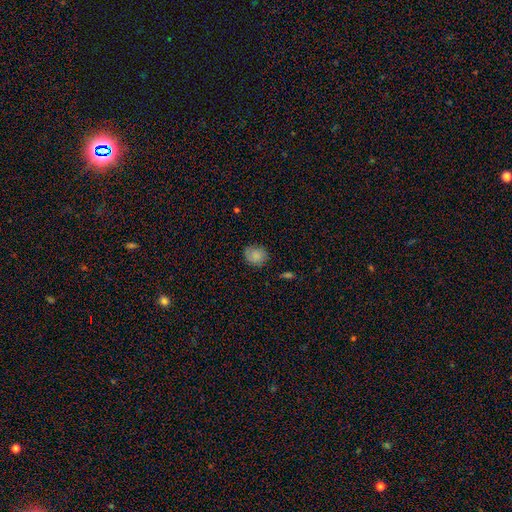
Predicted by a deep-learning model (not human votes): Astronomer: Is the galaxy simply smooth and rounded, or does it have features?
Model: smooth — 83%.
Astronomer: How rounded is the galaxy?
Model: round — 72%.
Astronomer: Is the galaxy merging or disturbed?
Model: none — 76%.